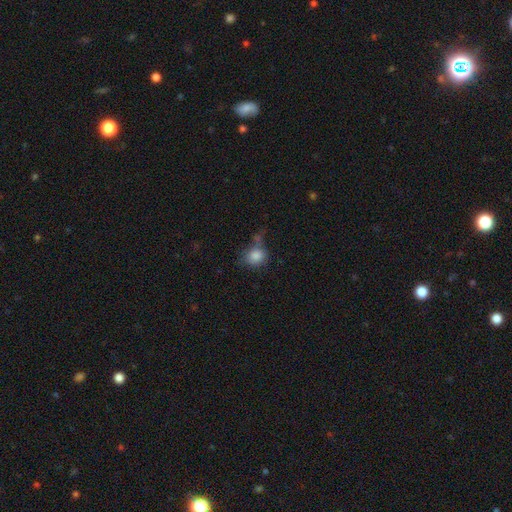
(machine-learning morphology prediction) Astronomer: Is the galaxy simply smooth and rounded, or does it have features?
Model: smooth — 84%.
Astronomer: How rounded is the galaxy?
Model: round — 70%.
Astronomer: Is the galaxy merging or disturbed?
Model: none — 49%.